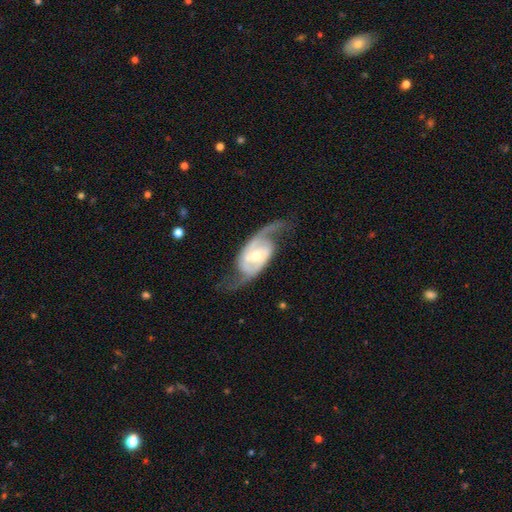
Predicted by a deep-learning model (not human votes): This appears to be a featured or disk galaxy (89%) with a weak bar (42%), 2 (92%) medium (44%) spiral arms (96%) and a moderate central bulge (51%). Merging: none (71%).